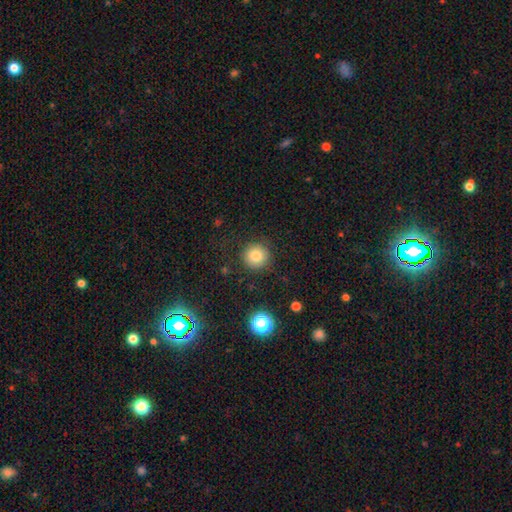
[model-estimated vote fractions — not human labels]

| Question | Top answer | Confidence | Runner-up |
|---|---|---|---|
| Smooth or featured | smooth | 81% | star or artifact (12%) |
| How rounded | round | 94% | in between (5%) |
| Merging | none | 87% | minor disturbance (8%) |